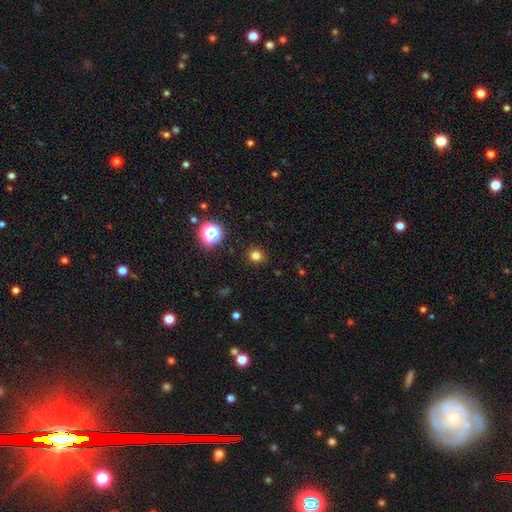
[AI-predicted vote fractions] Morphology: type=smooth (78%); roundness=round (85%); merging=none (89%).